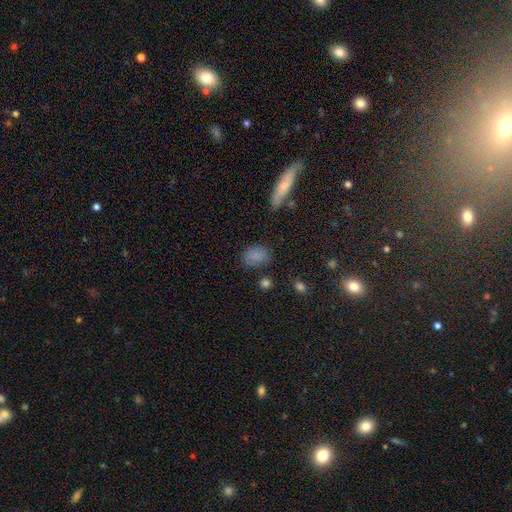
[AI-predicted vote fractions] Smooth or featured: smooth — 79% (star or artifact — 13%)
How rounded: in between — 64% (round — 34%)
Merging: none — 71% (minor disturbance — 18%)